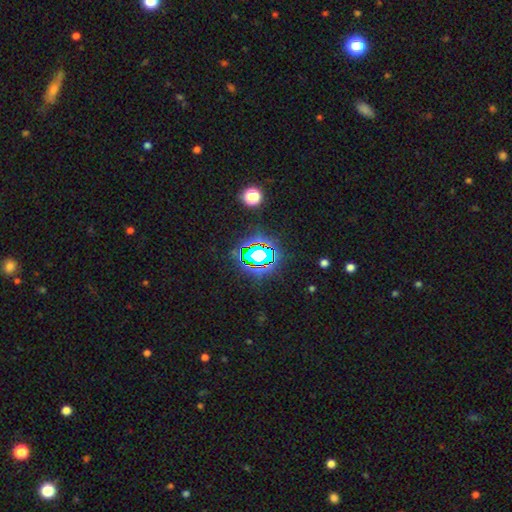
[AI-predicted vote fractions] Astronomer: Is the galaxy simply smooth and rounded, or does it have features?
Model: star or artifact — 70%.